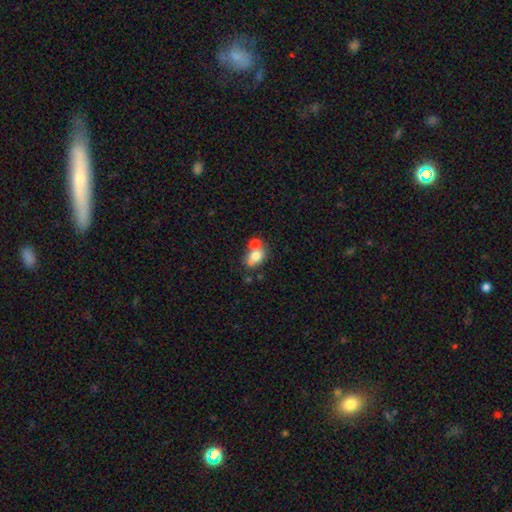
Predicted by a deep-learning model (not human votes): This is likely a smooth galaxy (71%). How rounded: possibly in between (60%). Merging: possibly merger (54%).